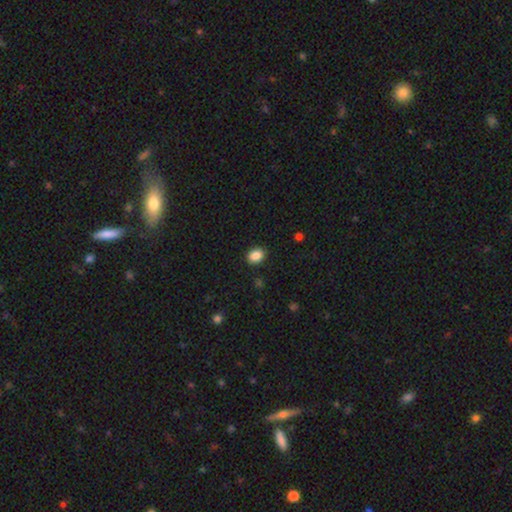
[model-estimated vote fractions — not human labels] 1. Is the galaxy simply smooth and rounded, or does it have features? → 87% smooth, 9% star or artifact, 3% featured or disk.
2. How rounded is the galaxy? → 64% in between, 35% round, 1% cigar-shaped.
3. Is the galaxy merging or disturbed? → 90% none, 7% minor disturbance, 2% major disturbance, 1% merger.